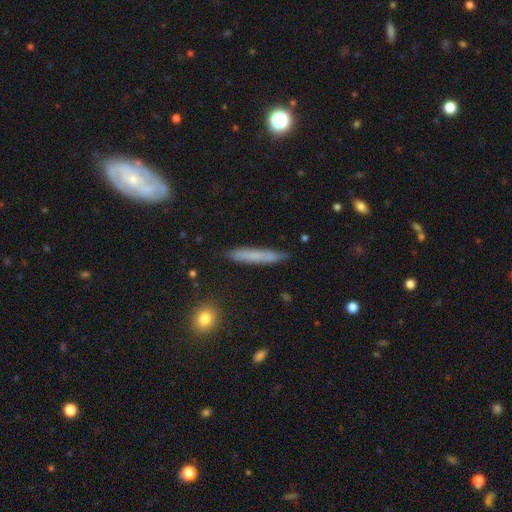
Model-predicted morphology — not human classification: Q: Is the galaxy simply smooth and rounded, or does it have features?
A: smooth — 62%.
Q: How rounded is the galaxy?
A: cigar-shaped — 94%.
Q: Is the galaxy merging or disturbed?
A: none — 86%.